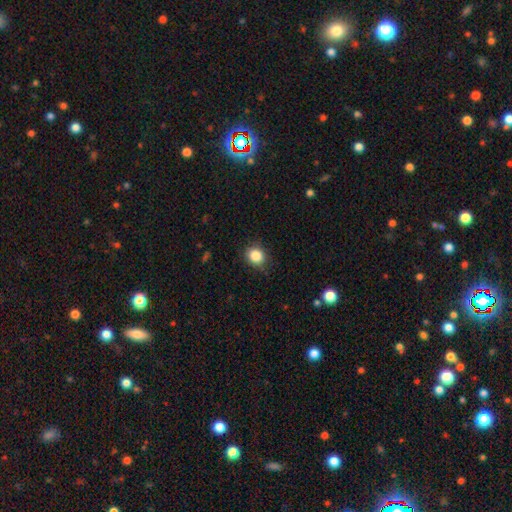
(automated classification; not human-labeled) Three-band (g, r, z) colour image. It shows a smooth galaxy with no disk features (86%) that is round (74%). Merging: none (83%).